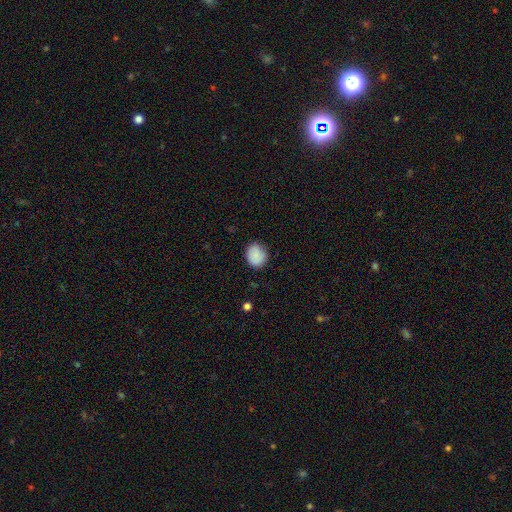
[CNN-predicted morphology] smooth 87%, star or artifact 8%, featured or disk 5%. Down the decision tree: how rounded — round (64%); merging — none (78%).